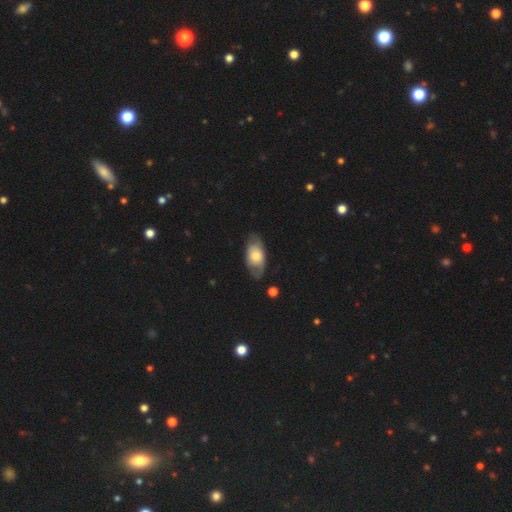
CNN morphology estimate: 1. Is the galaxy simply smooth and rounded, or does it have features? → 54% smooth, 41% featured or disk, 6% star or artifact.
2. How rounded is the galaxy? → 90% in between, 6% round, 4% cigar-shaped.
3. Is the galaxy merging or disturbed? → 69% none, 22% minor disturbance, 7% major disturbance, 2% merger.